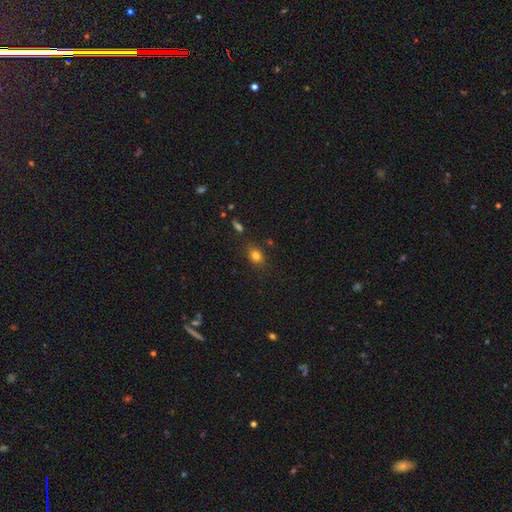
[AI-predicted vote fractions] A smooth galaxy with no disk features (79%) that is in between round and cigar-shaped (60%).

Vote fractions:
- Smooth or featured? smooth: 79% / star or artifact: 13% / featured or disk: 8%
- How rounded? in between: 60% / round: 39% / cigar-shaped: 2%
- Merging? none: 82% / minor disturbance: 12% / merger: 3% / major disturbance: 3%